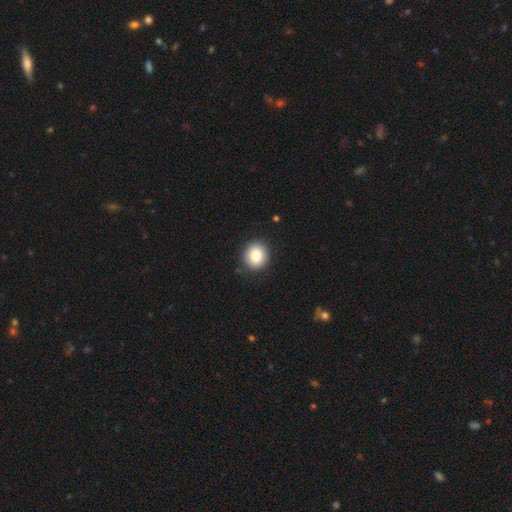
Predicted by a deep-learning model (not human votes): Morphology: type=smooth (83%); roundness=round (87%); merging=none (89%).